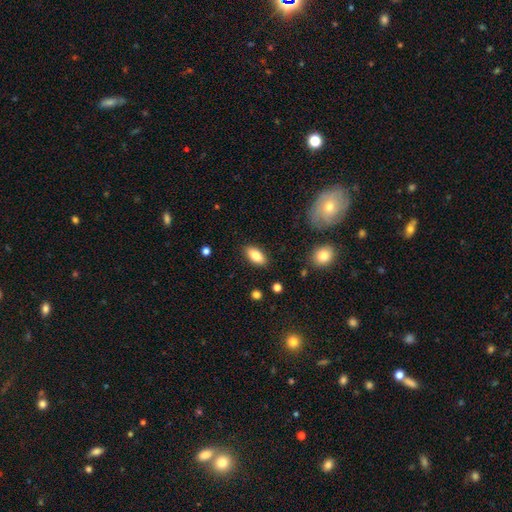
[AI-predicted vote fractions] Q: Smooth or featured?
A: smooth (81%); runner-up: featured or disk (12%)
Q: How rounded?
A: in between (87%); runner-up: cigar-shaped (10%)
Q: Merging?
A: none (87%); runner-up: minor disturbance (9%)